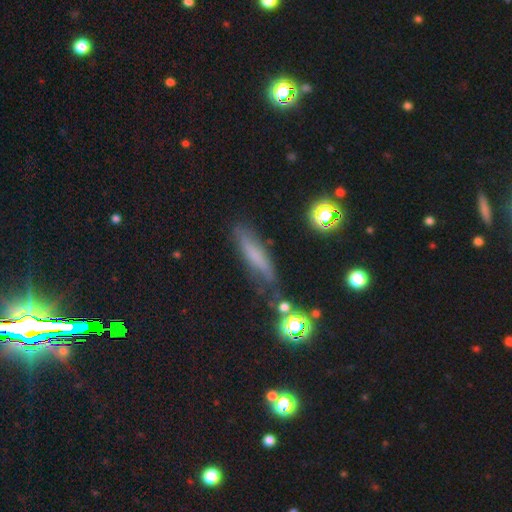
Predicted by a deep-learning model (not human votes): Smooth or featured?
  - smooth: 60% *
  - featured or disk: 26%
  - star or artifact: 14%
How rounded?
  - cigar-shaped: 78% *
  - in between: 19%
  - round: 3%
Merging?
  - none: 64% *
  - minor disturbance: 24%
  - major disturbance: 8%
  - merger: 4%